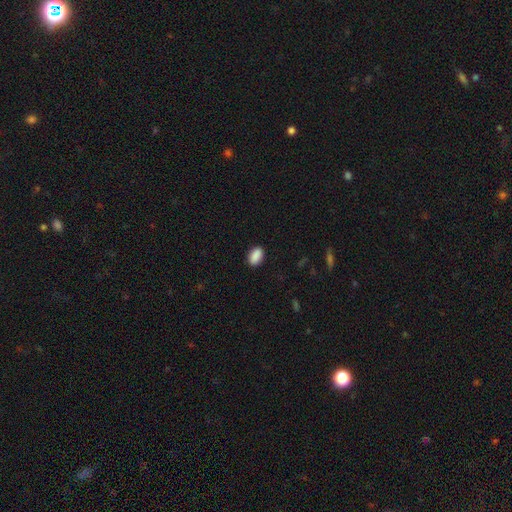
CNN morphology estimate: A smooth galaxy with no disk features (90%) that is in between round and cigar-shaped (91%). Merging: none (89%).